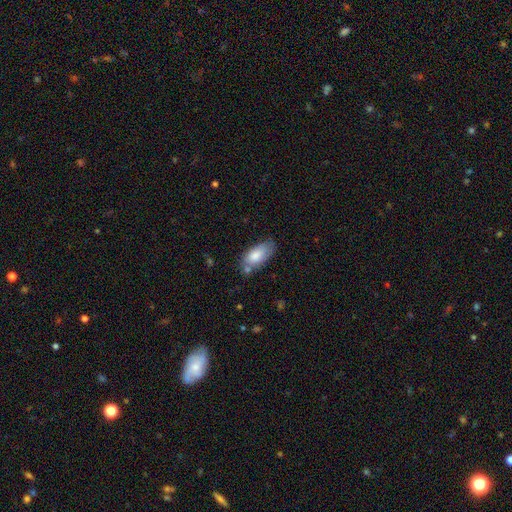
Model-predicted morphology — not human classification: Smooth or featured? smooth (80%)
How rounded? in between (90%)
Merging? none (58%)